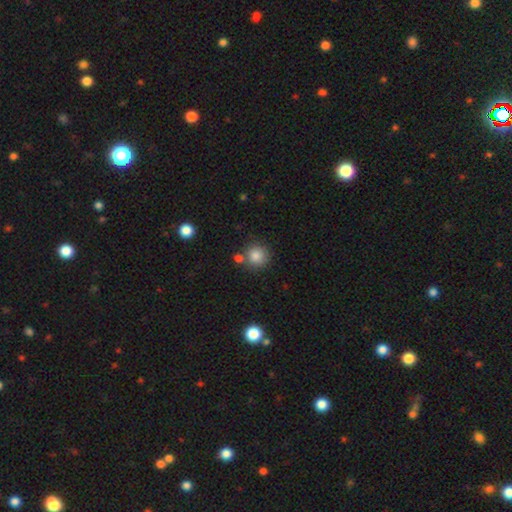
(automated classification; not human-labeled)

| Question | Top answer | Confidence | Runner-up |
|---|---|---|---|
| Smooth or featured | smooth | 84% | star or artifact (11%) |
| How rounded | round | 93% | in between (6%) |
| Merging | none | 73% | merger (15%) |